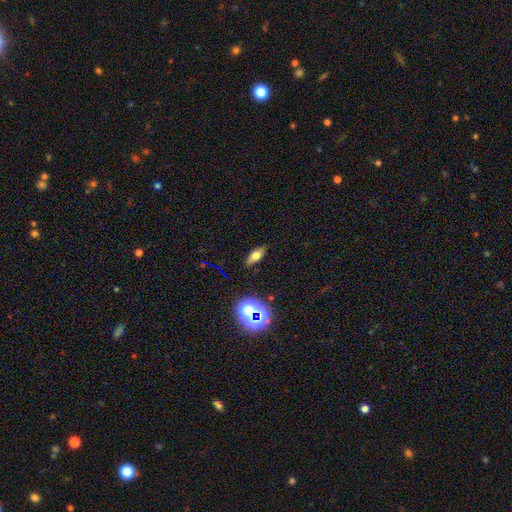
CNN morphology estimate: smooth-or-featured: smooth: 64% | featured or disk: 19% | star or artifact: 17%
  how-rounded: in between: 74% | cigar-shaped: 18% | round: 8%
  merging: none: 86% | minor disturbance: 10% | major disturbance: 3% | merger: 2%